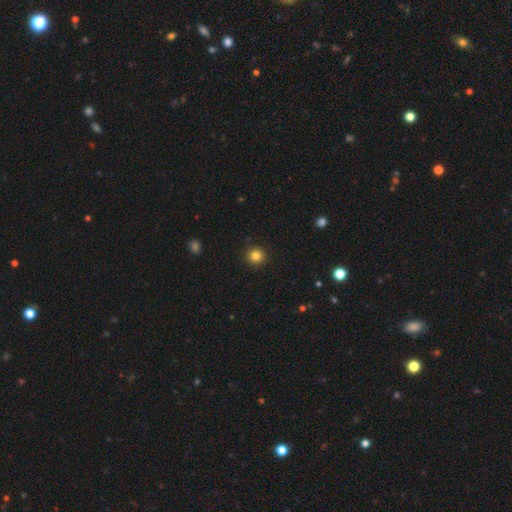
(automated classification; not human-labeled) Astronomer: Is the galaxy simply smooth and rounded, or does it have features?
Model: smooth — 83%.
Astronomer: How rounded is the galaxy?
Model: round — 93%.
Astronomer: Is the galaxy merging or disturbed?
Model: none — 92%.